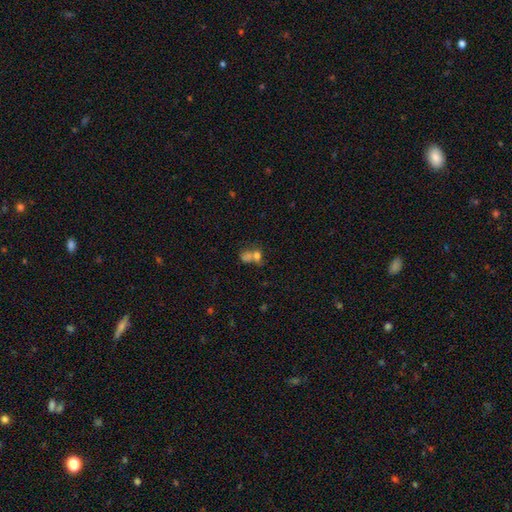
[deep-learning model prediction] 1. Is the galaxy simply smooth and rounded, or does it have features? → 63% smooth, 19% featured or disk, 18% star or artifact.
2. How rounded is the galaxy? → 52% round, 45% in between, 2% cigar-shaped.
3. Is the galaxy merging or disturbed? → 59% merger, 25% none, 8% minor disturbance, 8% major disturbance.